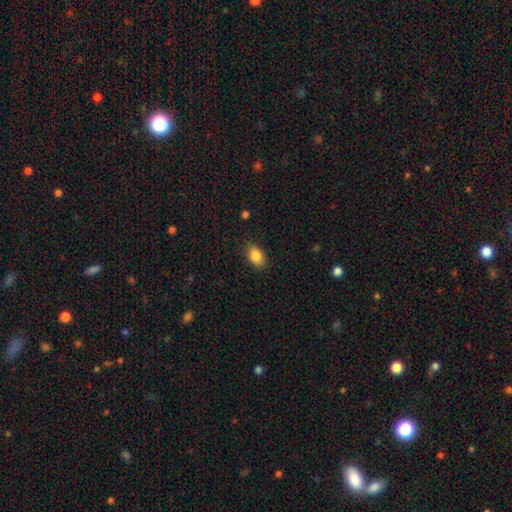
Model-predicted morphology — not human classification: type=smooth (86%); roundness=in between (87%); merging=none (87%).